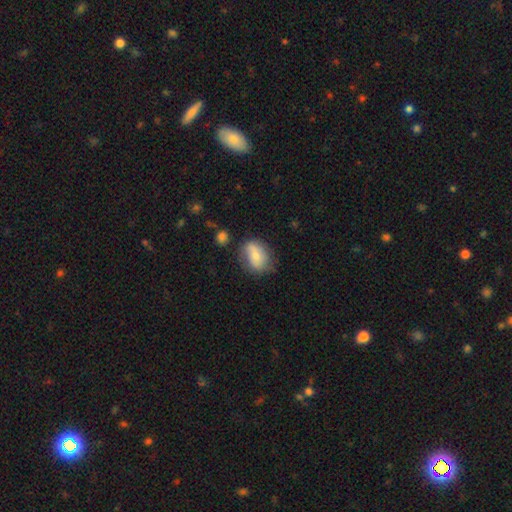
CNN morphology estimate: Smooth or featured? smooth (63%)
How rounded? in between (70%)
Merging? none (60%)